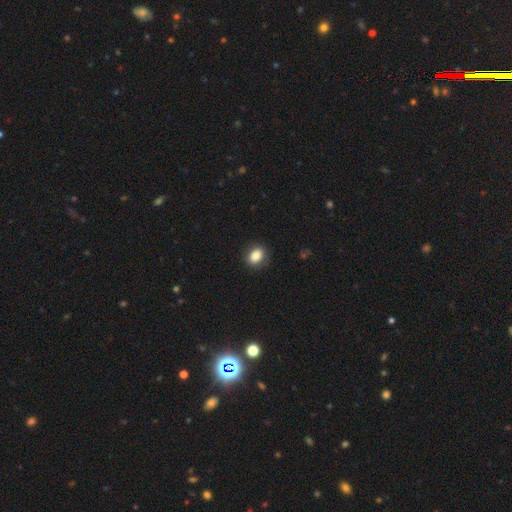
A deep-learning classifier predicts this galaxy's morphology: A smooth galaxy with no disk features (85%) that is in between round and cigar-shaped (71%). Merging: none (84%).